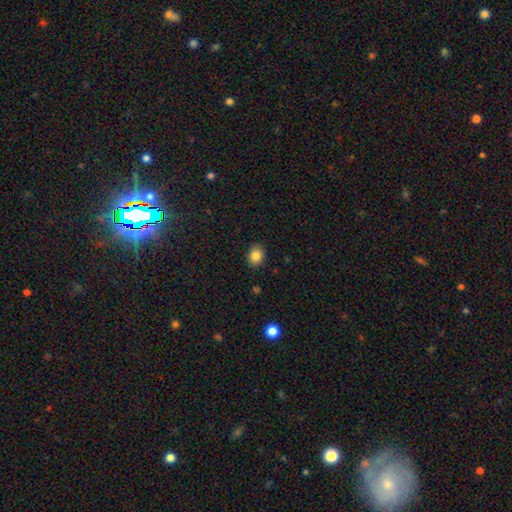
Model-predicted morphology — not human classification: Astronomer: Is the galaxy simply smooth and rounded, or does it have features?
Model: smooth — 84%.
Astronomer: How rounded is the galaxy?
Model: round — 54% (runner-up: in between, 46%).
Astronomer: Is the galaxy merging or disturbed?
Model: none — 90%.